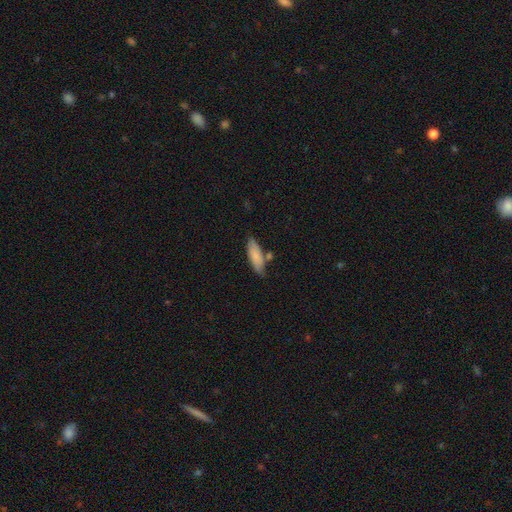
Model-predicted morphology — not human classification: type=smooth (82%); roundness=in between (59%); merging=none (69%).